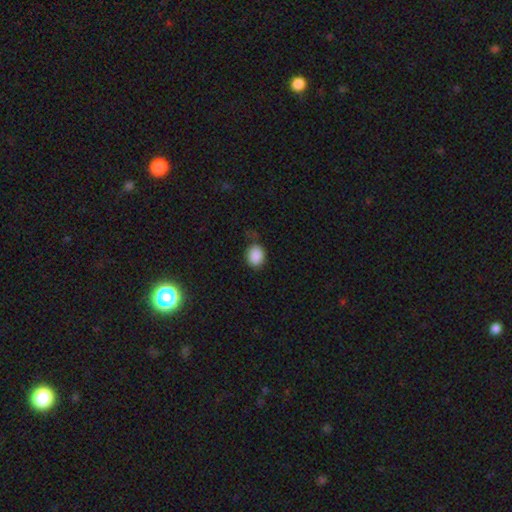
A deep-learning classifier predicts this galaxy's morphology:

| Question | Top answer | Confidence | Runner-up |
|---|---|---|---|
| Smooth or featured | smooth | 88% | star or artifact (9%) |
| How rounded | round | 57% | in between (42%) |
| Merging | none | 75% | minor disturbance (18%) |